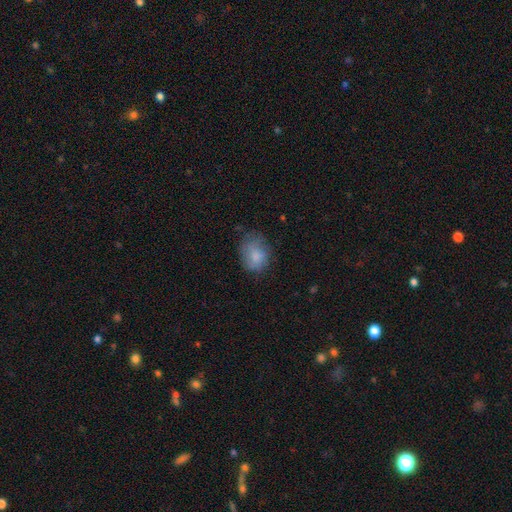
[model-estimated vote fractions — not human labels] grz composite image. It shows a smooth galaxy with no disk features (76%) that is in between round and cigar-shaped (54%). Merging: none (57%).